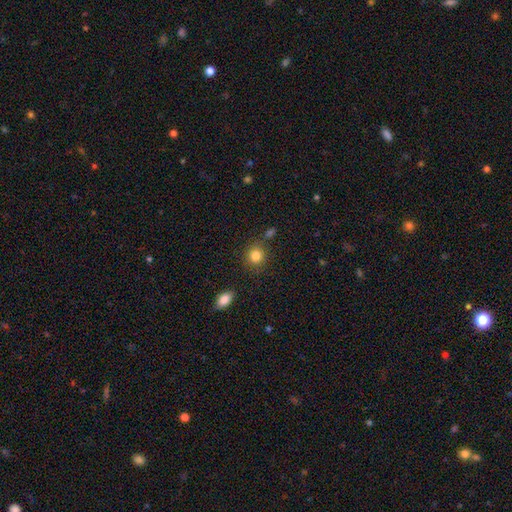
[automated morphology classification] smooth_or_featured: smooth (p=0.85) [alt: star or artifact p=0.10]
how_rounded: round (p=0.83) [alt: in between p=0.16]
merging: none (p=0.80) [alt: minor disturbance p=0.11]